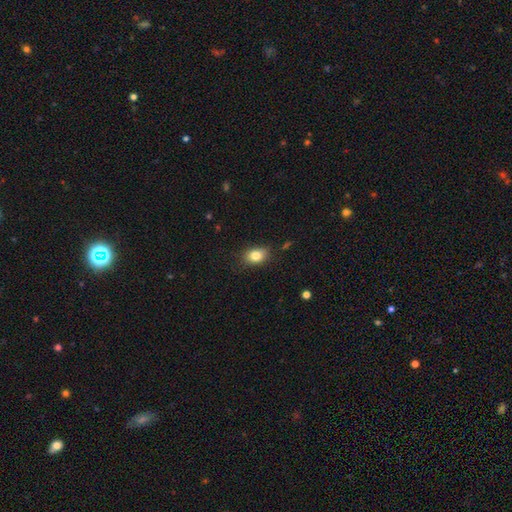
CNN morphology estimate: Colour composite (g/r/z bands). It shows a smooth galaxy with no disk features (82%) that is in between round and cigar-shaped (76%). Merging: none (80%).